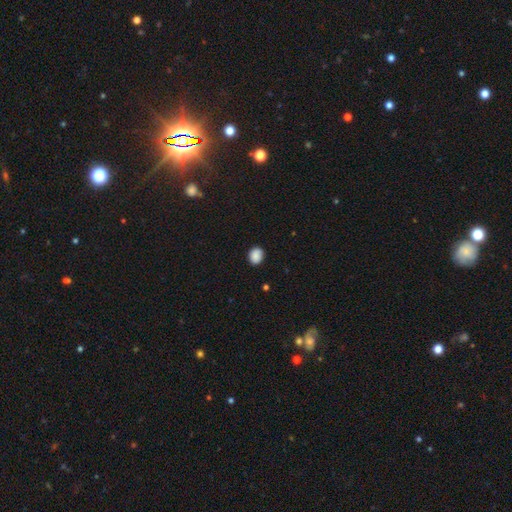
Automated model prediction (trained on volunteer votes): The model was most divided on "how rounded": round: 53%, in between: 46%, cigar-shaped: 1%. More confident: smooth or featured — smooth (87%); merging — none (85%).